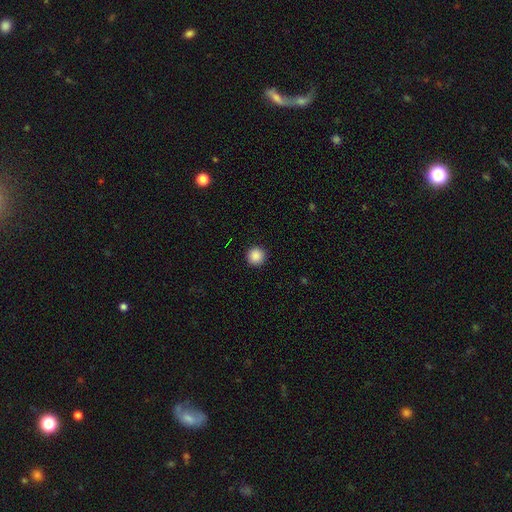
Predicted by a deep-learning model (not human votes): Smooth or featured?
  - smooth: 88% *
  - star or artifact: 9%
  - featured or disk: 3%
How rounded?
  - round: 96% *
  - in between: 3%
  - cigar-shaped: 1%
Merging?
  - none: 93% *
  - minor disturbance: 5%
  - major disturbance: 2%
  - merger: 1%